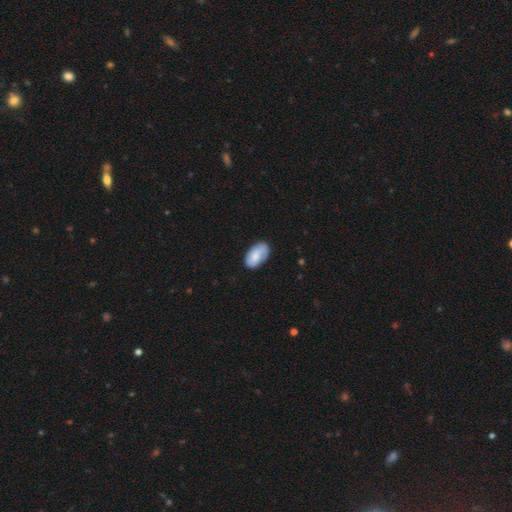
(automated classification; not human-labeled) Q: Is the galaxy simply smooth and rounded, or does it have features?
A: smooth — 76%.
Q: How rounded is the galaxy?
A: in between — 94%.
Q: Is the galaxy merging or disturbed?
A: none — 74%.